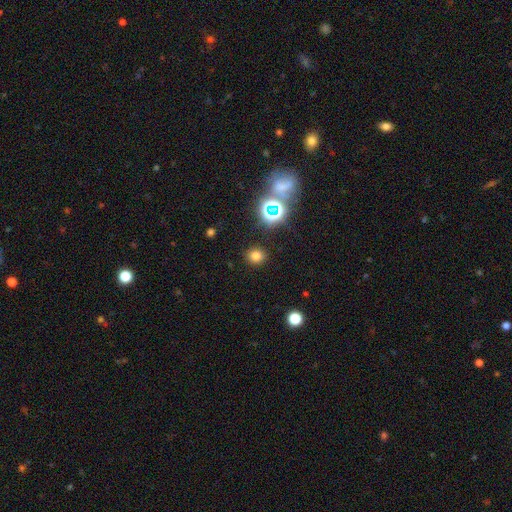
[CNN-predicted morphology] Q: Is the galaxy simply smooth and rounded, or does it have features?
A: smooth — 72%.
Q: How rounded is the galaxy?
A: round — 83%.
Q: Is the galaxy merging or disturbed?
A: none — 89%.